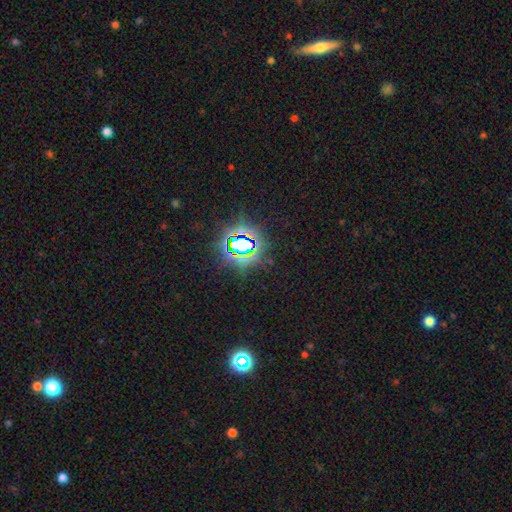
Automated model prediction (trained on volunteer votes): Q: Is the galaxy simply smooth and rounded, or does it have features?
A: star or artifact — 81%.